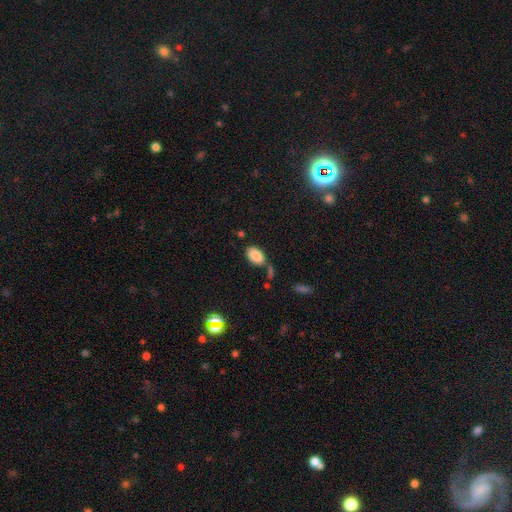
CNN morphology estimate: Smooth or featured?
  - smooth: 86% *
  - star or artifact: 8%
  - featured or disk: 5%
How rounded?
  - in between: 91% *
  - round: 7%
  - cigar-shaped: 1%
Merging?
  - none: 66% *
  - minor disturbance: 17%
  - merger: 12%
  - major disturbance: 5%